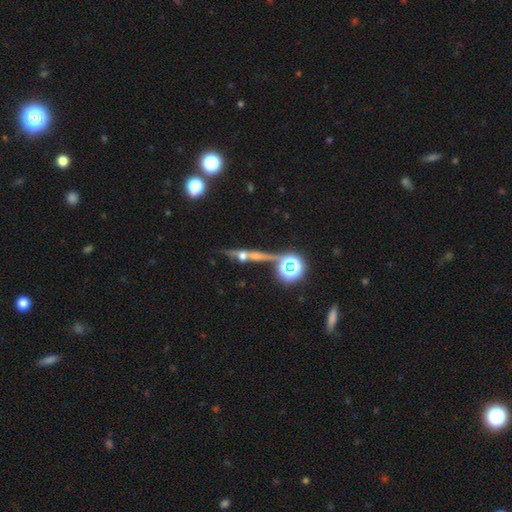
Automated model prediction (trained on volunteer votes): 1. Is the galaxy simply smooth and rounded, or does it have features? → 63% featured or disk, 20% star or artifact, 17% smooth.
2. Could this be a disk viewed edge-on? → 89% yes, 11% no.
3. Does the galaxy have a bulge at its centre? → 83% rounded, 10% none, 7% boxy.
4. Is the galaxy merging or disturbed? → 68% none, 15% merger, 11% minor disturbance, 6% major disturbance.